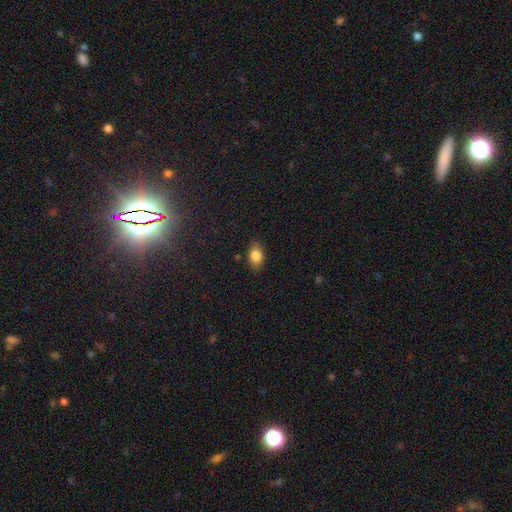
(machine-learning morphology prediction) Smooth or featured?
  - smooth: 84% *
  - star or artifact: 8%
  - featured or disk: 8%
How rounded?
  - in between: 85% *
  - round: 13%
  - cigar-shaped: 2%
Merging?
  - none: 84% *
  - minor disturbance: 12%
  - major disturbance: 3%
  - merger: 1%